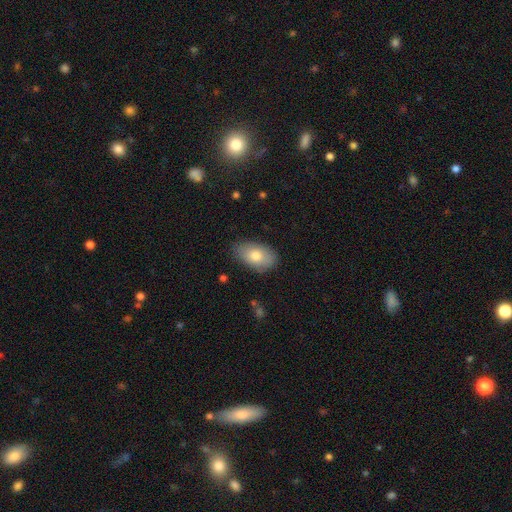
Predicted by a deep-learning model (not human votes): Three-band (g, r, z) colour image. It shows a smooth galaxy with no disk features (77%) that is in between round and cigar-shaped (91%). Merging: none (79%).